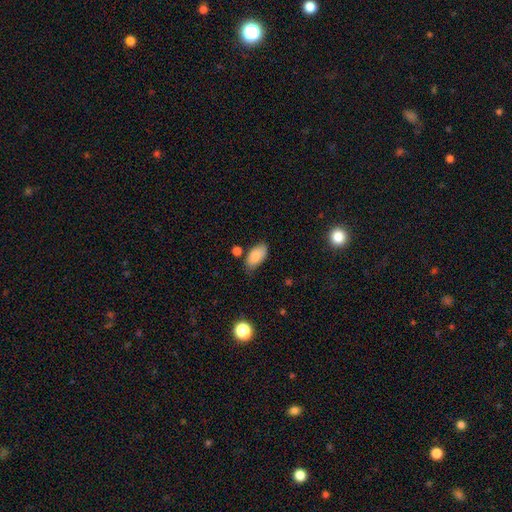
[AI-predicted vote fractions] This is clearly a smooth galaxy (86%). How rounded: clearly in between (94%). Merging: likely none (65%).